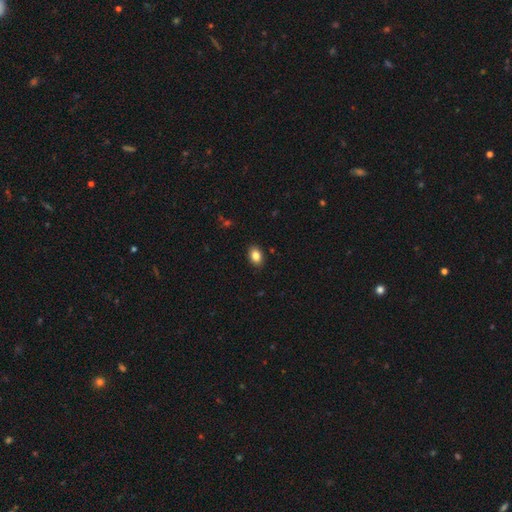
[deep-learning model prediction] Q: Smooth or featured?
A: smooth (85%); runner-up: star or artifact (9%)
Q: How rounded?
A: in between (80%); runner-up: round (19%)
Q: Merging?
A: none (89%); runner-up: minor disturbance (8%)